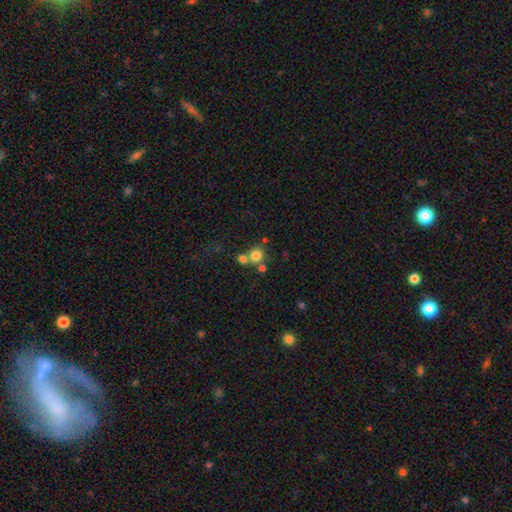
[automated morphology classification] smooth-or-featured: smooth: 78% | star or artifact: 13% | featured or disk: 9%
  how-rounded: round: 87% | in between: 12% | cigar-shaped: 1%
  merging: none: 53% | merger: 36% | minor disturbance: 8% | major disturbance: 4%